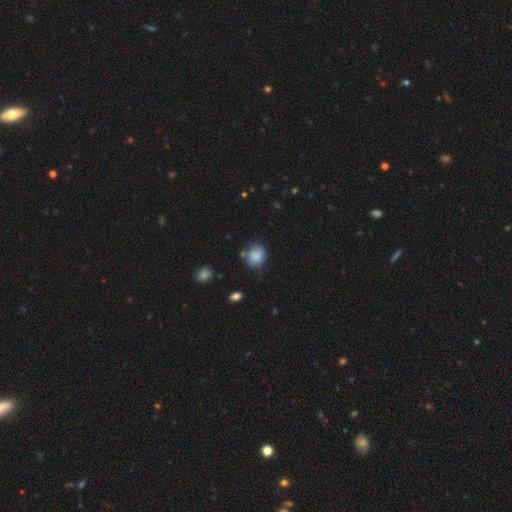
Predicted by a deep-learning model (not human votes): smooth_or_featured: smooth (p=0.86) [alt: star or artifact p=0.09]
how_rounded: round (p=0.65) [alt: in between p=0.34]
merging: none (p=0.71) [alt: minor disturbance p=0.18]